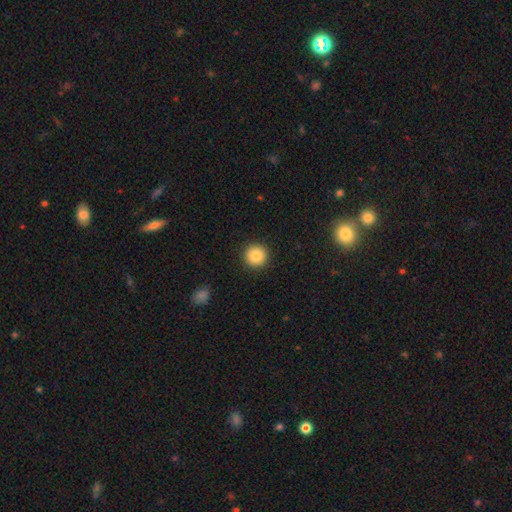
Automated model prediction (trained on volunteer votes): Morphology: type=smooth (86%); roundness=round (95%); merging=none (92%).